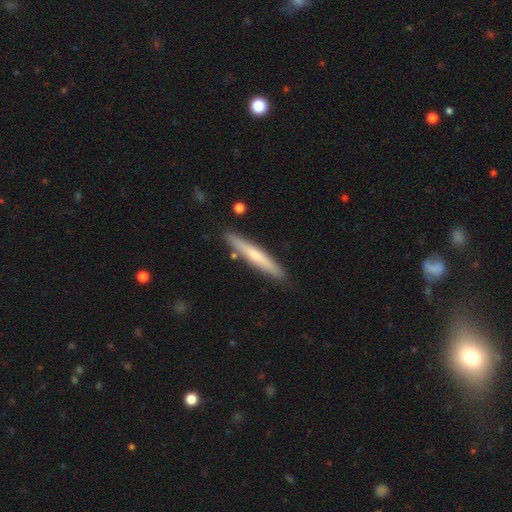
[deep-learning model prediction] Overall: smooth (56%; featured or disk 39%). How rounded: cigar-shaped (95%). Merging: none (87%).